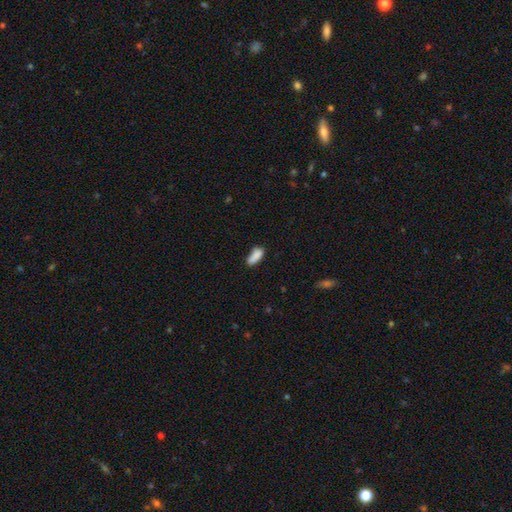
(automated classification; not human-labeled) Smooth or featured: smooth — 86% (star or artifact — 8%)
How rounded: in between — 78% (cigar-shaped — 19%)
Merging: none — 61% (minor disturbance — 27%)